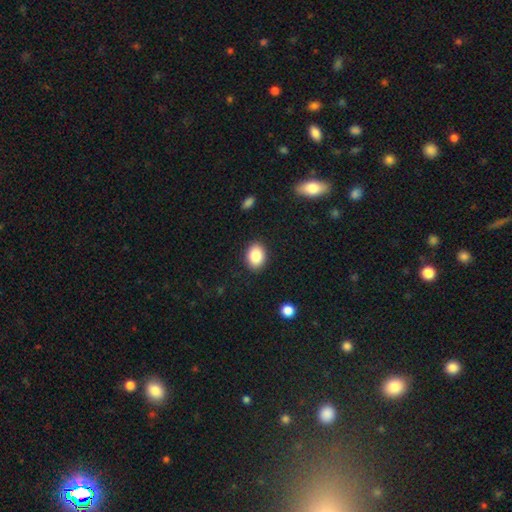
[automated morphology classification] A smooth galaxy with no disk features (86%) that is in between round and cigar-shaped (70%).

Vote fractions:
- Smooth or featured? smooth: 86% / star or artifact: 8% / featured or disk: 6%
- How rounded? in between: 70% / round: 29% / cigar-shaped: 1%
- Merging? none: 89% / minor disturbance: 8% / major disturbance: 2% / merger: 1%